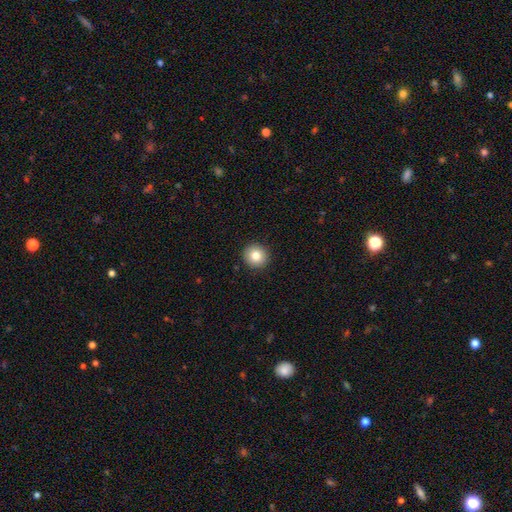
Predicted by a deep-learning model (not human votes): Smooth or featured?
  - smooth: 82% *
  - star or artifact: 9%
  - featured or disk: 8%
How rounded?
  - round: 93% *
  - in between: 6%
  - cigar-shaped: 1%
Merging?
  - none: 93% *
  - minor disturbance: 5%
  - major disturbance: 2%
  - merger: 1%